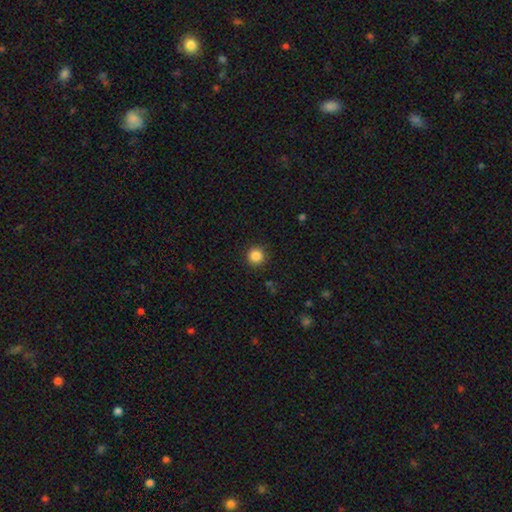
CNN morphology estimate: Smooth or featured? smooth (86%)
How rounded? round (96%)
Merging? none (92%)